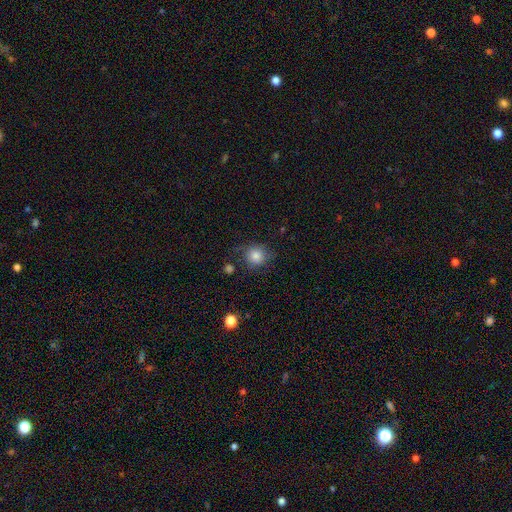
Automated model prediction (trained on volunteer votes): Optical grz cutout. It shows a smooth galaxy with no disk features (83%) that is round (88%). Merging: none (71%).